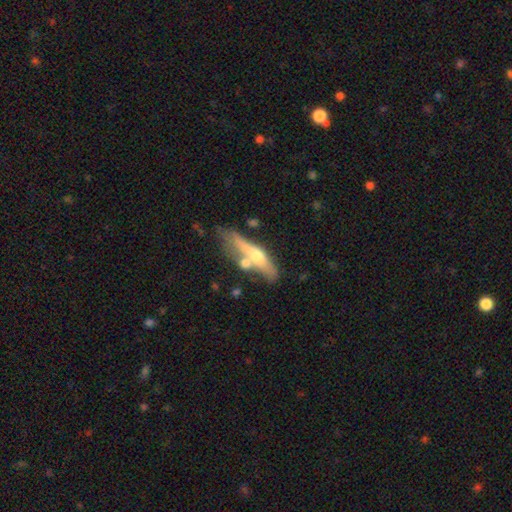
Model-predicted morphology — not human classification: type=featured or disk (52%); edge-on=yes (85%); merging=none (49%).